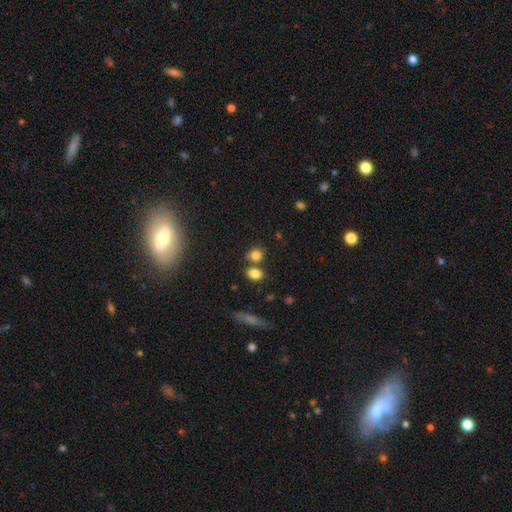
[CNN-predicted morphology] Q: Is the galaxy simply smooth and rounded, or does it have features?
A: smooth — 80%.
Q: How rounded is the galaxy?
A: round — 61%.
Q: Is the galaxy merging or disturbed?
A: none — 56%.